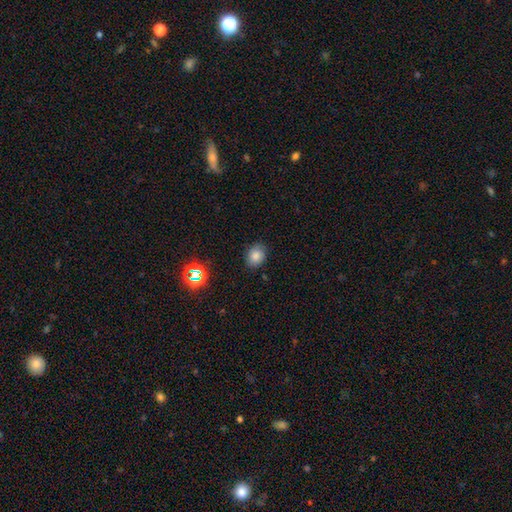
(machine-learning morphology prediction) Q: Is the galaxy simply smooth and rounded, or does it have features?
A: smooth — 80%.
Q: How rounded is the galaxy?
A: in between — 54%.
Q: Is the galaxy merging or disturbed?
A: none — 83%.